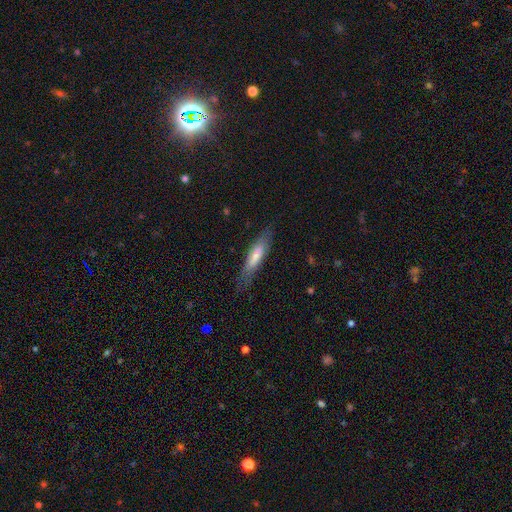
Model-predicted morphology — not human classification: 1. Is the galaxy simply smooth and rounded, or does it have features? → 65% smooth, 29% featured or disk, 6% star or artifact.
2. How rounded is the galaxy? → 70% cigar-shaped, 28% in between, 1% round.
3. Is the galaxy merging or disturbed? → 73% none, 19% minor disturbance, 7% major disturbance, 1% merger.